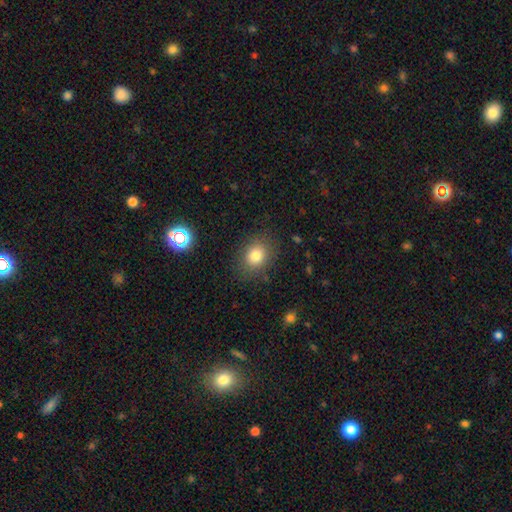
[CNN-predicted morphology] Q: Smooth or featured?
A: smooth (80%); runner-up: star or artifact (12%)
Q: How rounded?
A: round (56%); runner-up: in between (43%)
Q: Merging?
A: none (84%); runner-up: minor disturbance (10%)